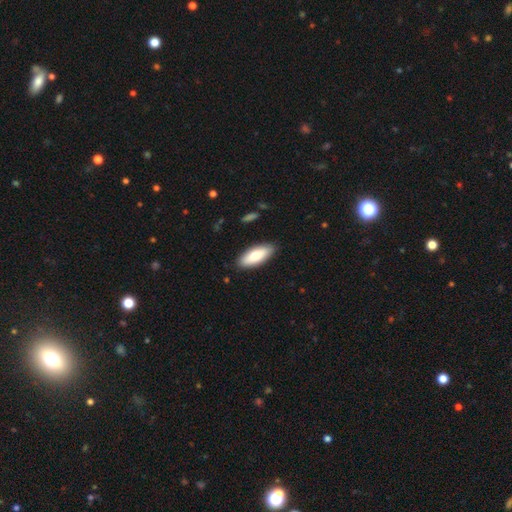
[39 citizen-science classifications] Volunteers were most divided on "merging": none: 79%, minor disturbance: 15%, merger: 5%, major disturbance: 0%. More confident: how rounded — in between (85%); smooth or featured — smooth (85%).